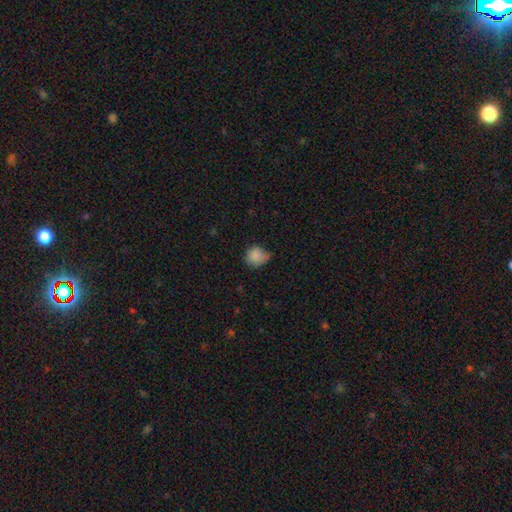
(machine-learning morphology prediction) smooth_or_featured: smooth (p=0.83) [alt: star or artifact p=0.10]
how_rounded: round (p=0.71) [alt: in between p=0.28]
merging: none (p=0.45) [alt: minor disturbance p=0.41]